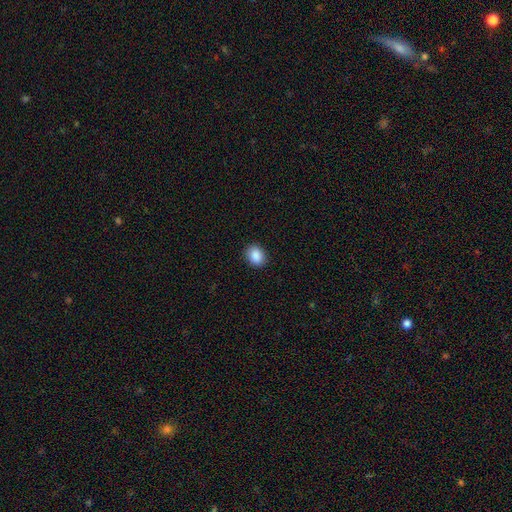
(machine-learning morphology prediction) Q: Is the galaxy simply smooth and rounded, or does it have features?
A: smooth — 89%.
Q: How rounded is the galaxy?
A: in between — 58%.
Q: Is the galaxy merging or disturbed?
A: none — 90%.